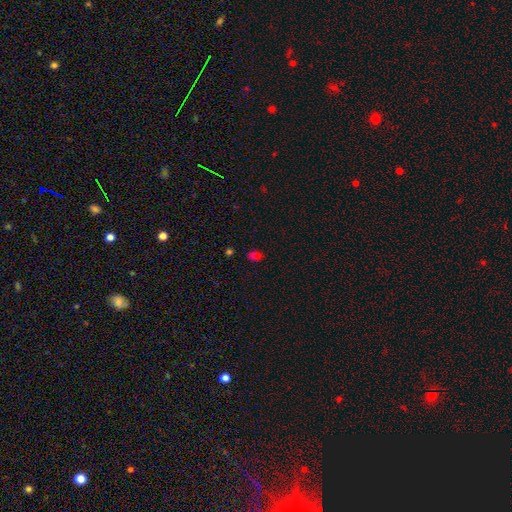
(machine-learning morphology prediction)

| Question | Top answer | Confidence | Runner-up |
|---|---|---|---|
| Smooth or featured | smooth | 72% | star or artifact (20%) |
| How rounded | in between | 63% | round (35%) |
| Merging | none | 81% | minor disturbance (14%) |